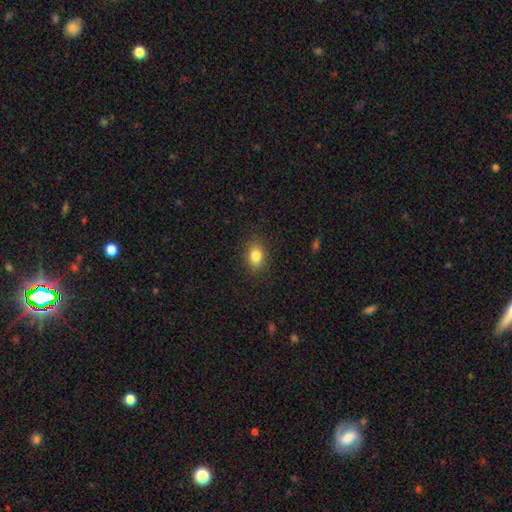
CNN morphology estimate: The model was most divided on "how rounded": in between: 73%, round: 25%, cigar-shaped: 2%. More confident: merging — none (87%); smooth or featured — smooth (83%).